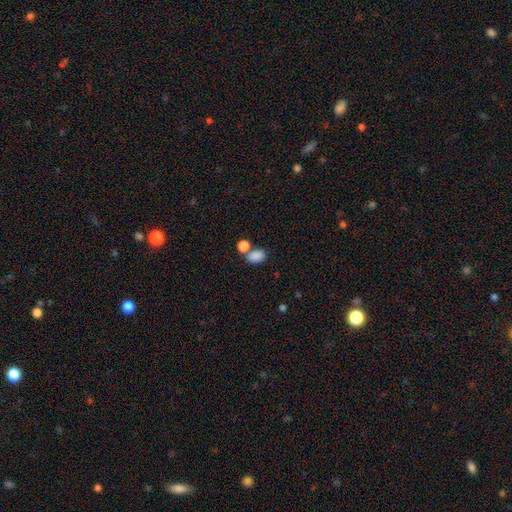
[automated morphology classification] Smooth or featured? smooth (86%)
How rounded? in between (83%)
Merging? none (55%)